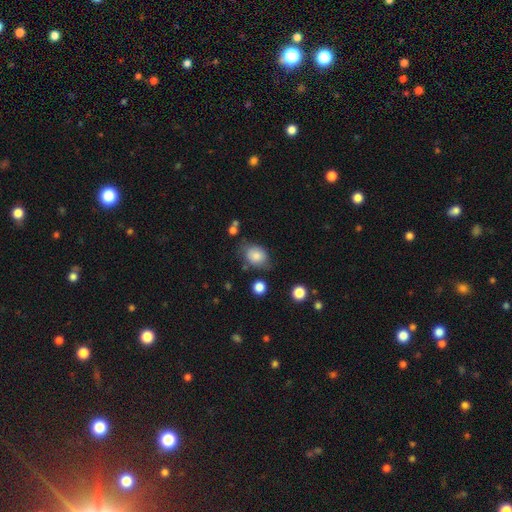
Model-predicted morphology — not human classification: Smooth or featured: smooth — 78% (featured or disk — 14%)
How rounded: in between — 66% (round — 33%)
Merging: none — 62% (minor disturbance — 25%)